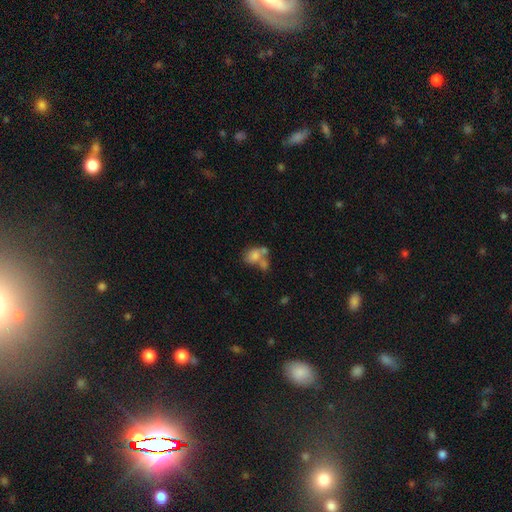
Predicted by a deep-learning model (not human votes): Smooth or featured: smooth — 69% (featured or disk — 20%)
How rounded: in between — 63% (round — 36%)
Merging: merger — 53% (none — 24%)